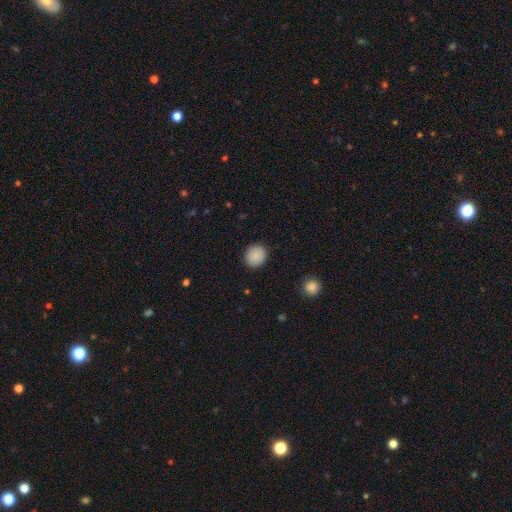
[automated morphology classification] type=smooth (89%); roundness=round (80%); merging=none (90%).